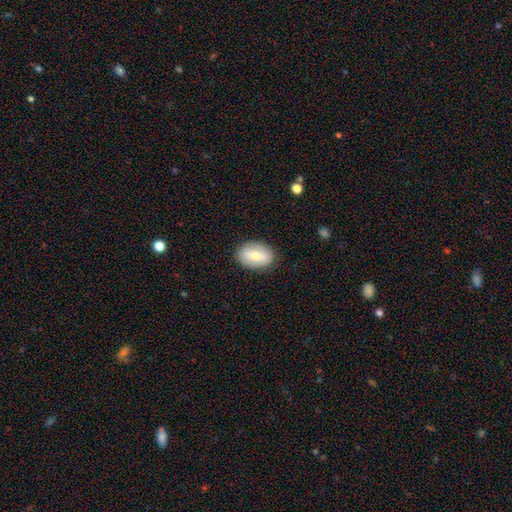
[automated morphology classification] A smooth galaxy with no disk features (63%) that is in between round and cigar-shaped (86%). Merging: none (86%).